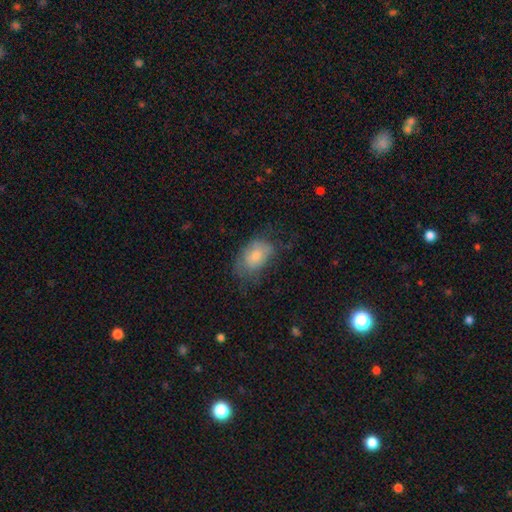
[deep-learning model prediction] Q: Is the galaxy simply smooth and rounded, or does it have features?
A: smooth — 74%.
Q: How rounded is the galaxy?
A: in between — 87%.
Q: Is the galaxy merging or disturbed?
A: none — 47%.